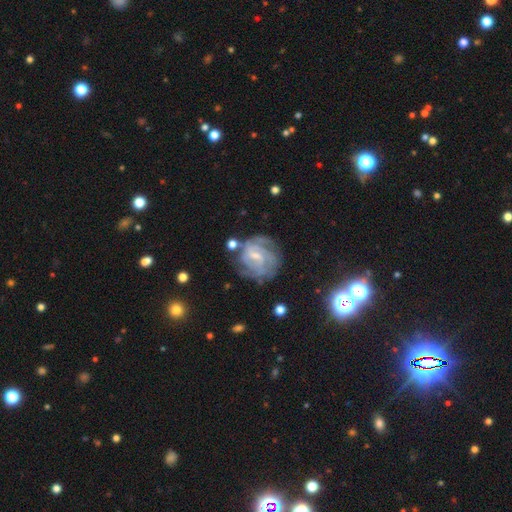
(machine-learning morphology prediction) type=featured or disk (81%); edge-on=no (98%); bar=weak (57%); spiral arms=yes (92%); winding=tight (56%); arm count=can't tell (36%); bulge=small (55%); merging=none (64%).